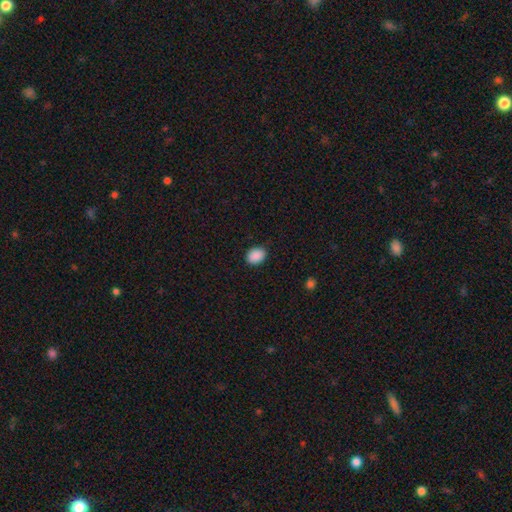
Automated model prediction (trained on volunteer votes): This appears to be a smooth galaxy with no disk features (89%) that is in between round and cigar-shaped (59%). Merging: none (87%).